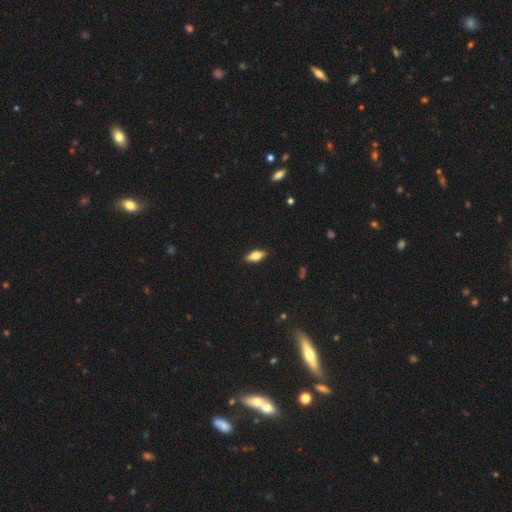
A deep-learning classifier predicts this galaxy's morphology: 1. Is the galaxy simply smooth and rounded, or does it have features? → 63% smooth, 30% featured or disk, 7% star or artifact.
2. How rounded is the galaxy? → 77% in between, 20% cigar-shaped, 3% round.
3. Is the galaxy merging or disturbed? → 89% none, 9% minor disturbance, 2% major disturbance, 1% merger.